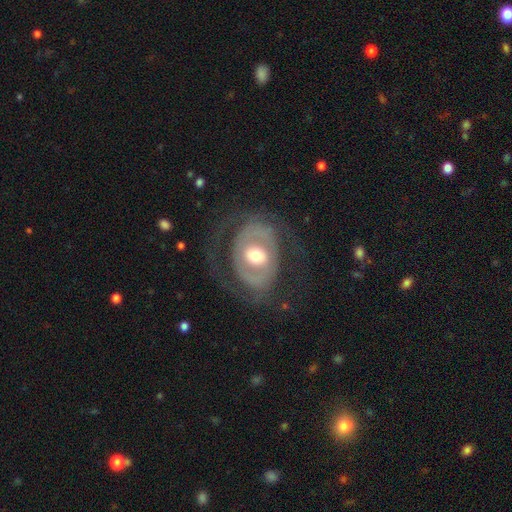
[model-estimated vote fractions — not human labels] Overall: featured or disk (71%). Edge-on disk: no (95%). Bar: no (56%; weak 29%). Spiral arms: yes (53%; no 47%). Bulge size: moderate (68%). Merging: none (61%; major disturbance 22%).